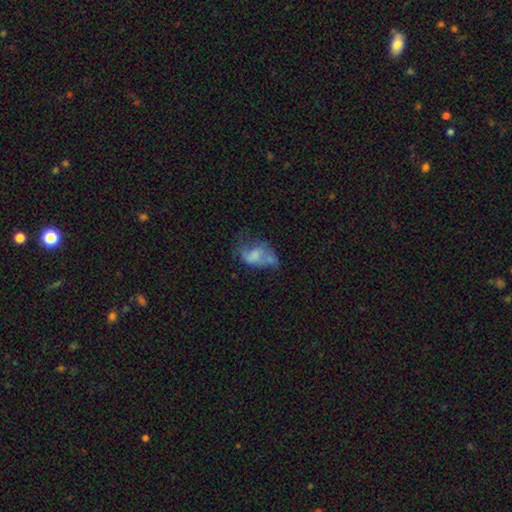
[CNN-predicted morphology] Q: Smooth or featured?
A: smooth (48%); runner-up: featured or disk (40%)
Q: Merging?
A: major disturbance (36%); runner-up: none (23%)